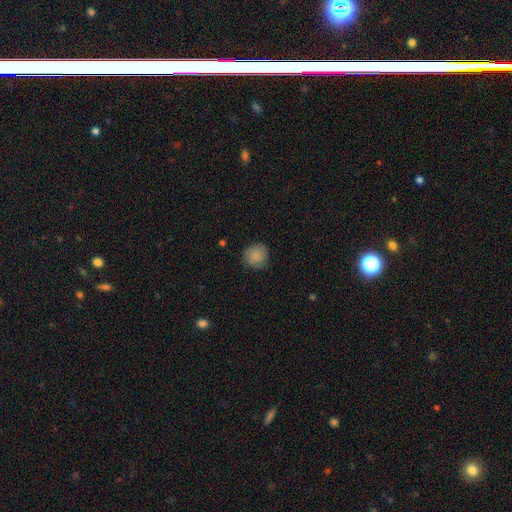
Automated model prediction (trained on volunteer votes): A smooth galaxy with no disk features (83%) that is round (88%). Merging: none (80%).